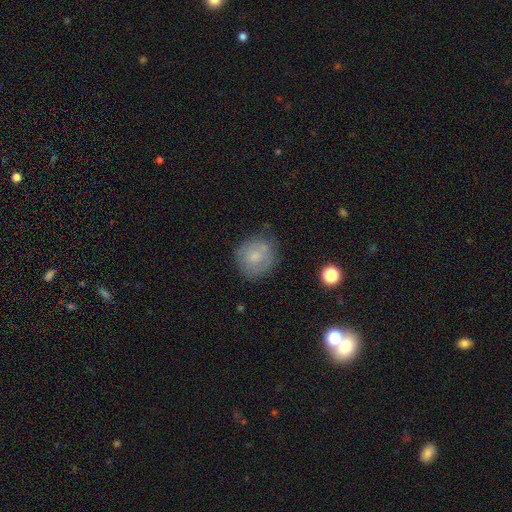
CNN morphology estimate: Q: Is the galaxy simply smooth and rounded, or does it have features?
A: smooth — 62%.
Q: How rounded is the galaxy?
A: round — 80%.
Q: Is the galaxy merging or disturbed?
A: none — 65%.